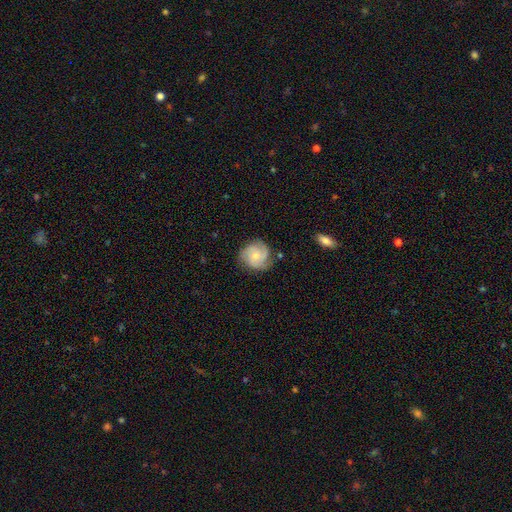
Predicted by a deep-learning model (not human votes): Smooth or featured? featured or disk (63%)
Edge-on disk? no (98%)
Bar? no (78%)
Spiral arms? yes (93%)
Spiral winding? tight (49%)
Spiral arm count? 3 (52%)
Bulge size? small (59%)
Merging? none (73%)